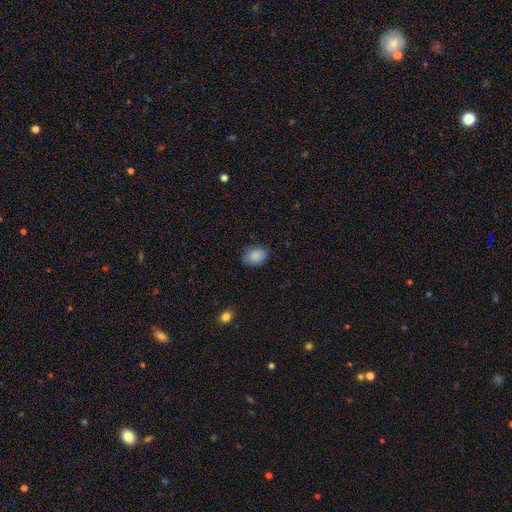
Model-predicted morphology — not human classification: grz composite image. It shows a smooth galaxy with no disk features (88%) that is in between round and cigar-shaped (68%). Merging: none (81%).